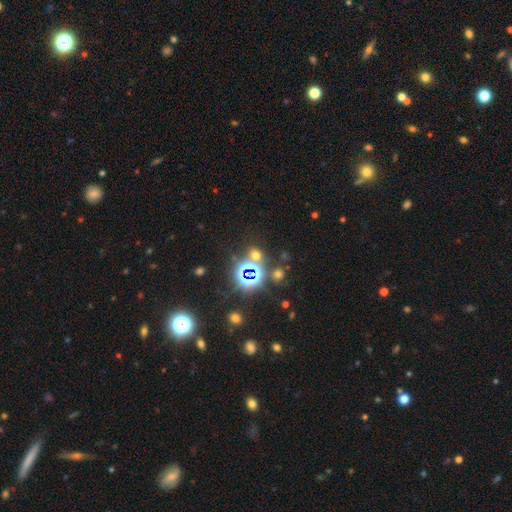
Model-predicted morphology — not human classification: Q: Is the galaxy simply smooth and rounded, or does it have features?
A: star or artifact — 52%.